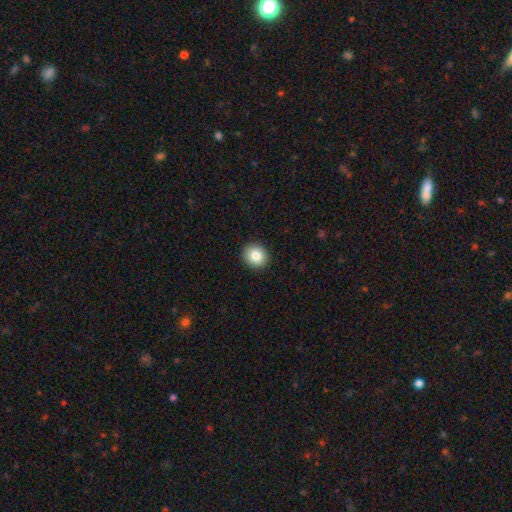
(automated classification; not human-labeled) Q: Smooth or featured?
A: smooth (83%); runner-up: star or artifact (9%)
Q: How rounded?
A: round (83%); runner-up: in between (16%)
Q: Merging?
A: none (92%); runner-up: minor disturbance (5%)